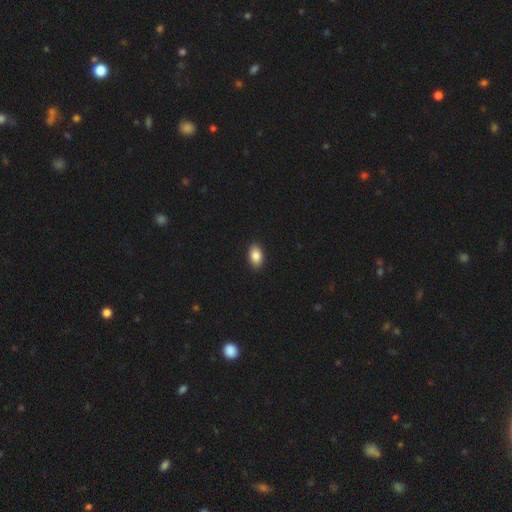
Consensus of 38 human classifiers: Volunteers were most divided on "how rounded": in between: 94%, round: 6%, cigar-shaped: 0%. More confident: smooth or featured — smooth (95%); merging — none (95%).